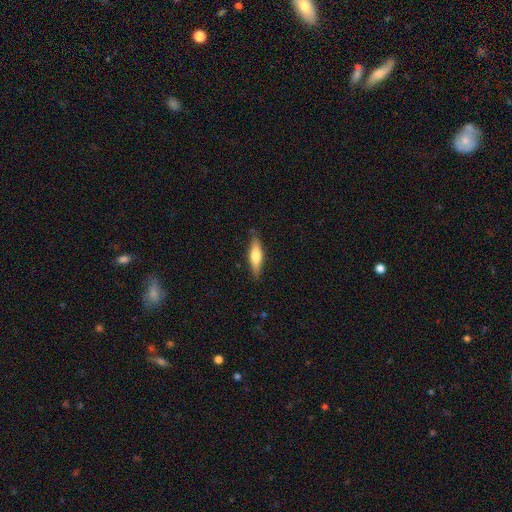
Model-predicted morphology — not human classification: The model was most divided on "smooth or featured": smooth: 61%, featured or disk: 33%, star or artifact: 6%. More confident: merging — none (84%); how rounded — cigar-shaped (65%).